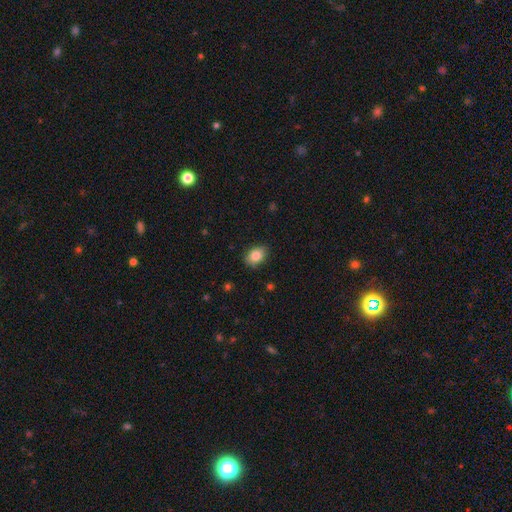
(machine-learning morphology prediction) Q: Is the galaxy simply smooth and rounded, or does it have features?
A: smooth — 83%.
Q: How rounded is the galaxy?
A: in between — 76%.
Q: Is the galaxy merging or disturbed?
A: none — 85%.